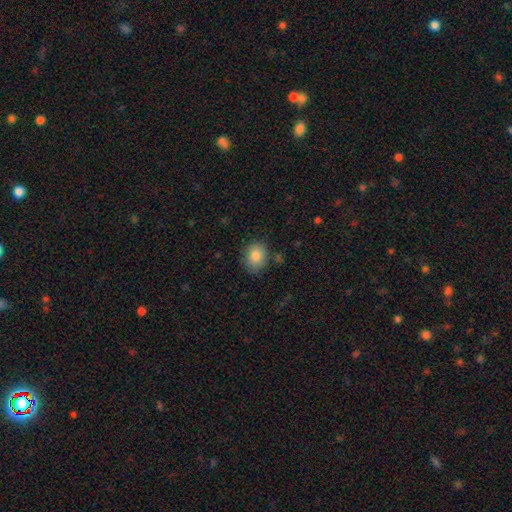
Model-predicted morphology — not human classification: Smooth or featured?
  - smooth: 85% *
  - star or artifact: 8%
  - featured or disk: 7%
How rounded?
  - round: 59% *
  - in between: 40%
  - cigar-shaped: 1%
Merging?
  - none: 81% *
  - minor disturbance: 13%
  - major disturbance: 3%
  - merger: 3%